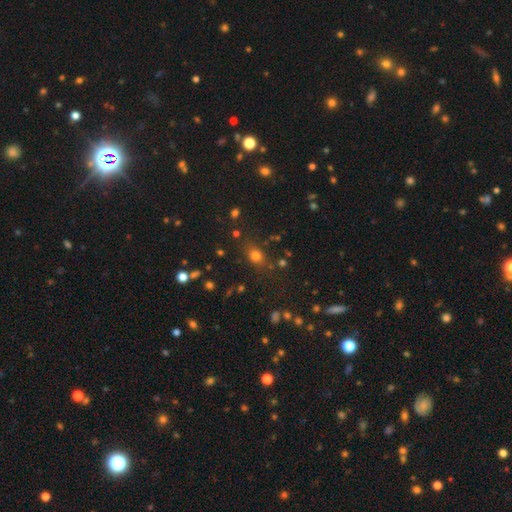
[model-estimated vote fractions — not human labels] Smooth or featured? Predicted: smooth (p=0.72). How rounded? Predicted: round (p=0.55). Merging? Predicted: none (p=0.76).